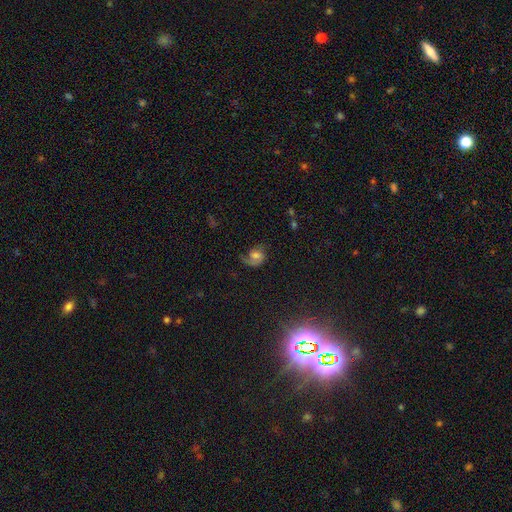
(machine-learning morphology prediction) featured or disk 60%, smooth 29%, star or artifact 11%. Down the decision tree: edge-on disk — no (97%); bar — no (62%); spiral arms — yes (89%); spiral arm count — 1 (54%); spiral winding — medium (40%, tied with loose); bulge size — moderate (45%); merging — none (46%).